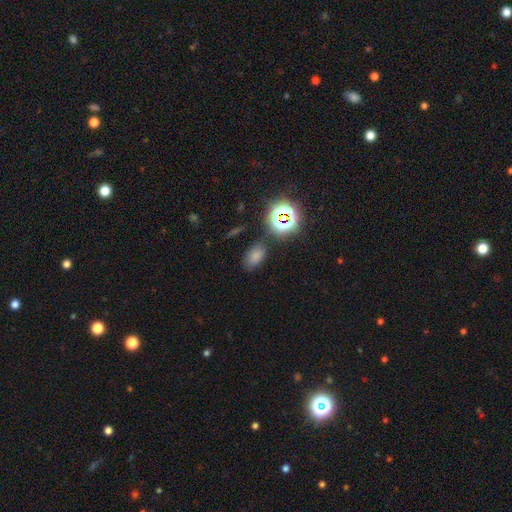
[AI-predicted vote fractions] Smooth or featured?
  - smooth: 67% *
  - star or artifact: 24%
  - featured or disk: 8%
How rounded?
  - in between: 85% *
  - round: 13%
  - cigar-shaped: 2%
Merging?
  - none: 72% *
  - minor disturbance: 15%
  - merger: 7%
  - major disturbance: 5%